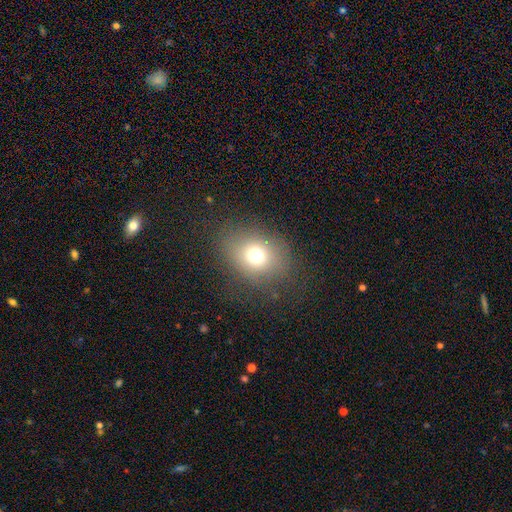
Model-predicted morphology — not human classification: Q: Smooth or featured?
A: smooth (70%); runner-up: star or artifact (17%)
Q: How rounded?
A: in between (50%); runner-up: round (49%)
Q: Merging?
A: none (76%); runner-up: minor disturbance (13%)